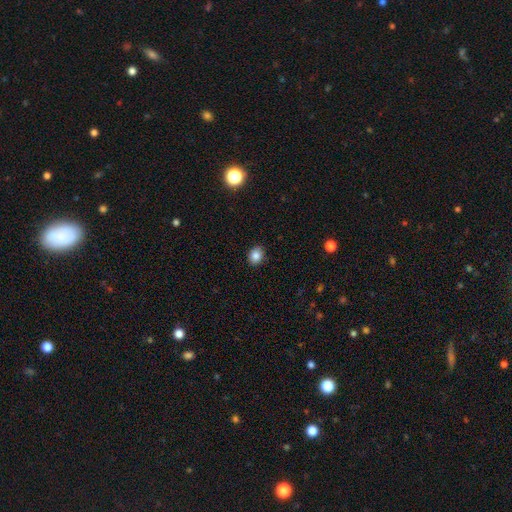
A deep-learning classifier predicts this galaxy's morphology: smooth_or_featured: smooth (p=0.84) [alt: star or artifact p=0.10]
how_rounded: round (p=0.50) [alt: in between p=0.49]
merging: none (p=0.90) [alt: minor disturbance p=0.07]